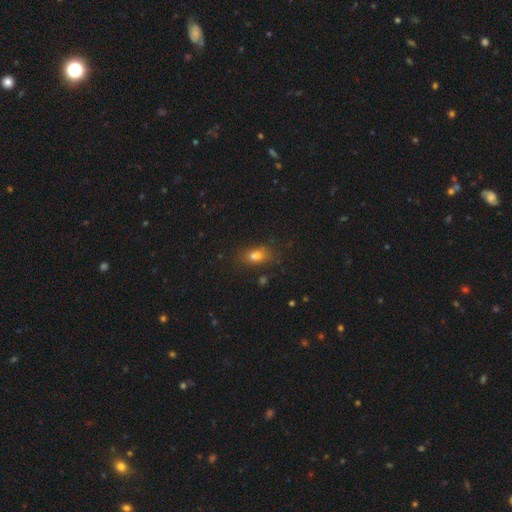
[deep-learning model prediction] smooth_or_featured: smooth (p=0.76) [alt: star or artifact p=0.14]
how_rounded: in between (p=0.79) [alt: round p=0.16]
merging: none (p=0.67) [alt: minor disturbance p=0.18]